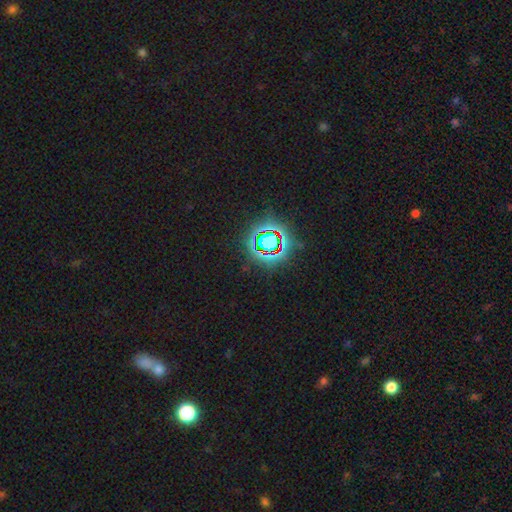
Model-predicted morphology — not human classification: A star or artifact, not a galaxy (78%).

Vote fractions:
- Smooth or featured? star or artifact: 78% / smooth: 13% / featured or disk: 9%